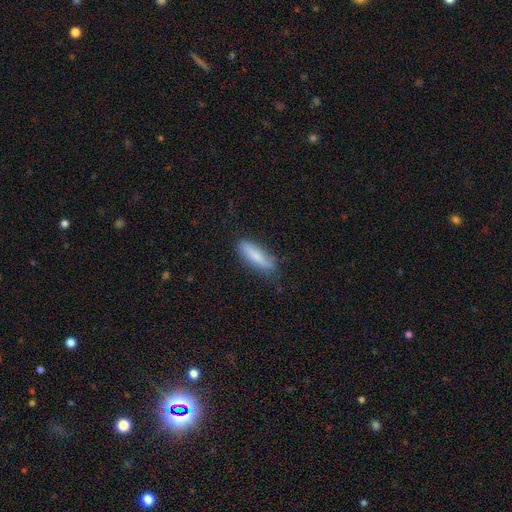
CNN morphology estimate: type=smooth (77%); roundness=cigar-shaped (59%); merging=none (69%).